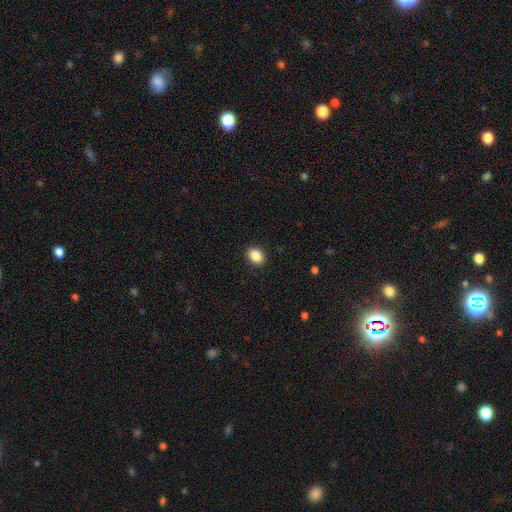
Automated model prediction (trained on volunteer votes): Morphology: type=smooth (88%); roundness=in between (70%); merging=none (90%).